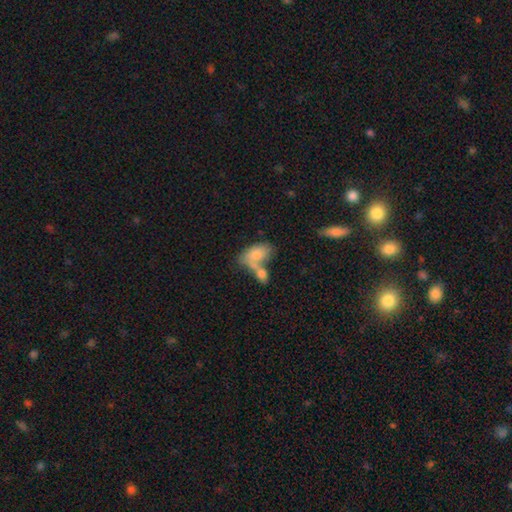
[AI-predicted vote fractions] Morphology: type=smooth (73%); roundness=in between (90%); merging=merger (56%).